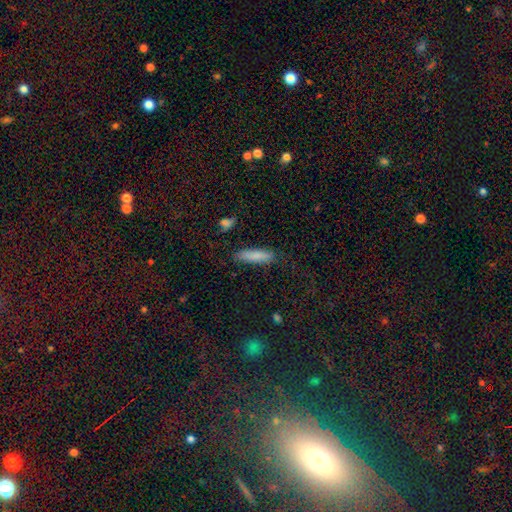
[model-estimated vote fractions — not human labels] A smooth galaxy with no disk features (83%) that is cigar-shaped (71%).

Vote fractions:
- Smooth or featured? smooth: 83% / featured or disk: 10% / star or artifact: 7%
- How rounded? cigar-shaped: 71% / in between: 27% / round: 2%
- Merging? none: 83% / minor disturbance: 12% / major disturbance: 3% / merger: 2%